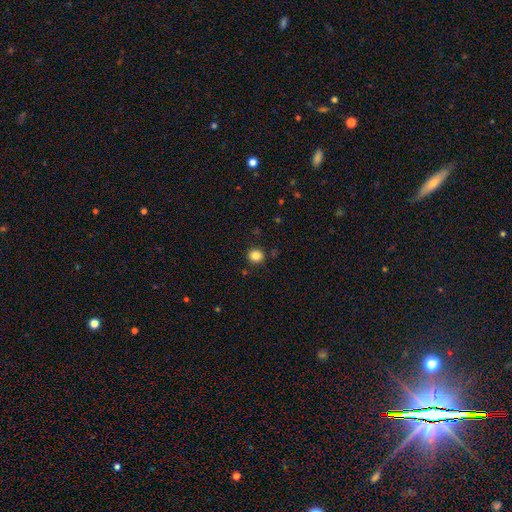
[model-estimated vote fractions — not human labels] The model was most divided on "smooth or featured": smooth: 84%, star or artifact: 11%, featured or disk: 5%. More confident: merging — none (89%); how rounded — round (87%).